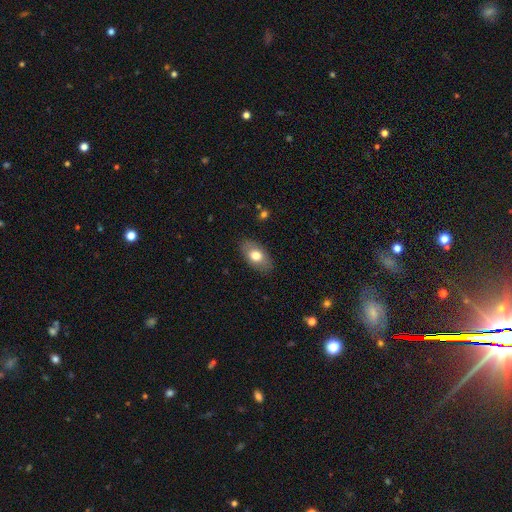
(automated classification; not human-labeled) Smooth or featured: smooth — 73% (featured or disk — 21%)
How rounded: in between — 91% (round — 7%)
Merging: none — 85% (minor disturbance — 11%)